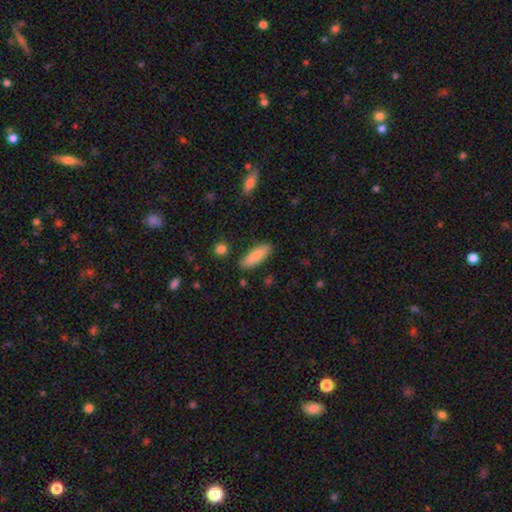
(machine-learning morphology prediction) Smooth or featured: smooth — 80% (featured or disk — 14%)
How rounded: in between — 62% (cigar-shaped — 36%)
Merging: none — 83% (minor disturbance — 12%)